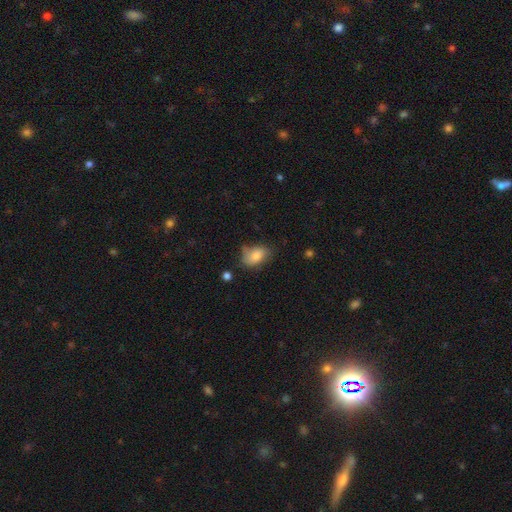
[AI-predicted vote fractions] Smooth or featured: smooth — 81% (featured or disk — 11%)
How rounded: in between — 87% (round — 12%)
Merging: none — 56% (minor disturbance — 31%)